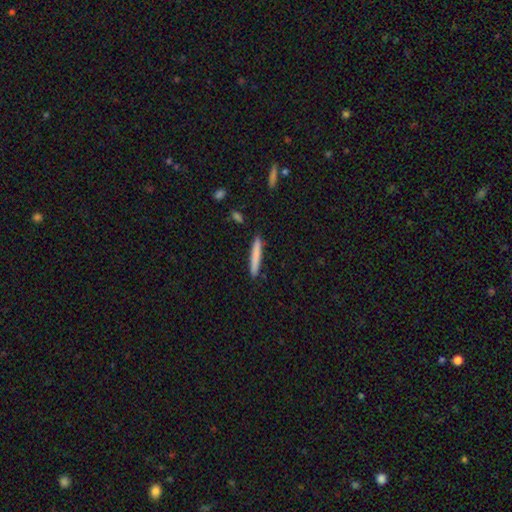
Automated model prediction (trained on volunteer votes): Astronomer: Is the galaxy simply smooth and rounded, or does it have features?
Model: smooth — 79%.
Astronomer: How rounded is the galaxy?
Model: cigar-shaped — 95%.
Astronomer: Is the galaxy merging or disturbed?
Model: none — 90%.